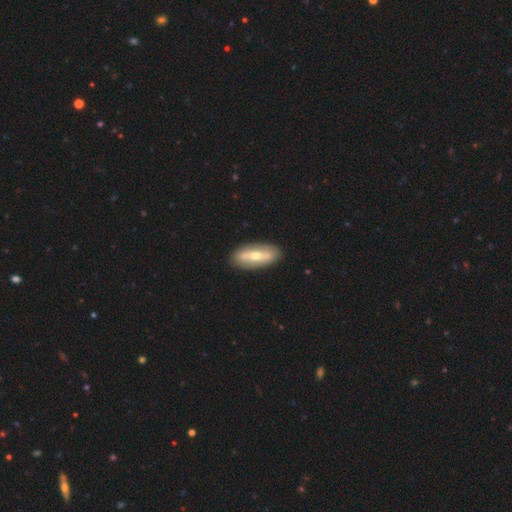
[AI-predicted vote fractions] Morphology: type=featured or disk (54%); edge-on=no (72%); merging=none (88%).